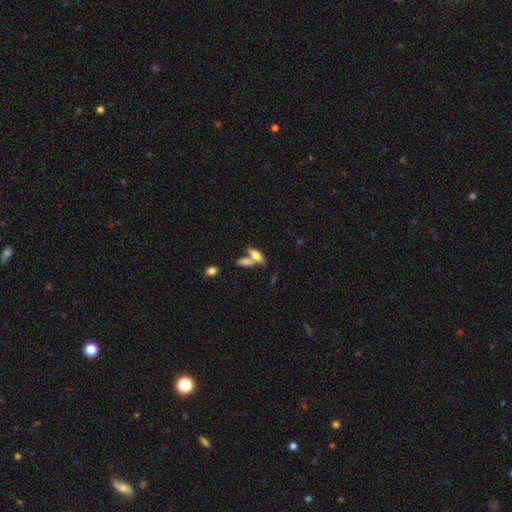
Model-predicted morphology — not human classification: This appears to be a smooth galaxy with no disk features (65%) that is in between round and cigar-shaped (72%). Merging: none (44%).